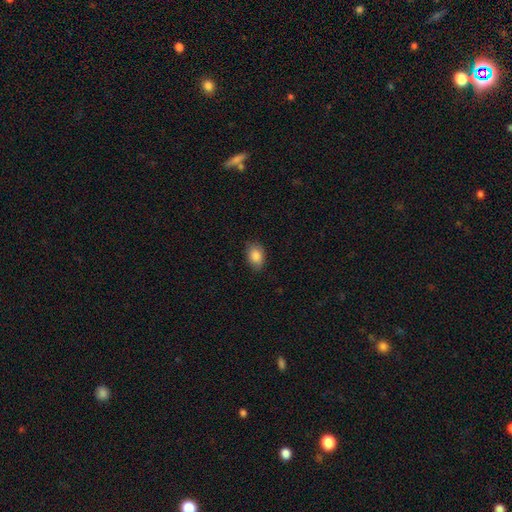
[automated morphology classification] Smooth or featured? Predicted: smooth (p=0.87). How rounded? Predicted: in between (p=0.81). Merging? Predicted: none (p=0.81).